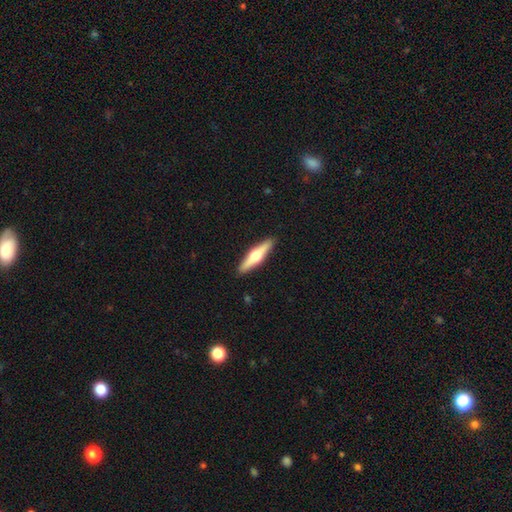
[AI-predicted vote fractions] Smooth or featured?
  - featured or disk: 60% *
  - smooth: 35%
  - star or artifact: 5%
Edge-on disk?
  - yes: 97% *
  - no: 3%
Edge-on bulge?
  - rounded: 94% *
  - boxy: 3%
  - none: 2%
Merging?
  - none: 92% *
  - minor disturbance: 6%
  - major disturbance: 1%
  - merger: 1%